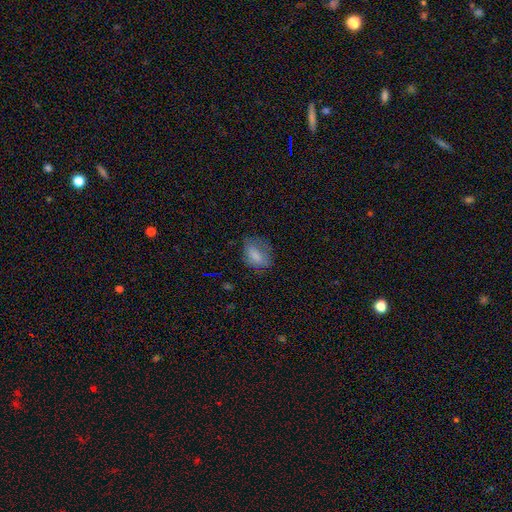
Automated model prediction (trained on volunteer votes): Smooth or featured: smooth — 76% (featured or disk — 14%)
How rounded: in between — 79% (round — 18%)
Merging: none — 54% (minor disturbance — 28%)